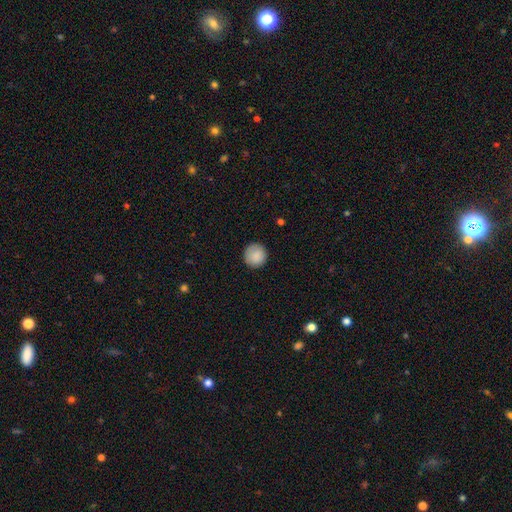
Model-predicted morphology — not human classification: A smooth galaxy with no disk features (89%) that is round (94%).

Vote fractions:
- Smooth or featured? smooth: 89% / star or artifact: 7% / featured or disk: 4%
- How rounded? round: 94% / in between: 5% / cigar-shaped: 1%
- Merging? none: 89% / minor disturbance: 8% / major disturbance: 2% / merger: 1%